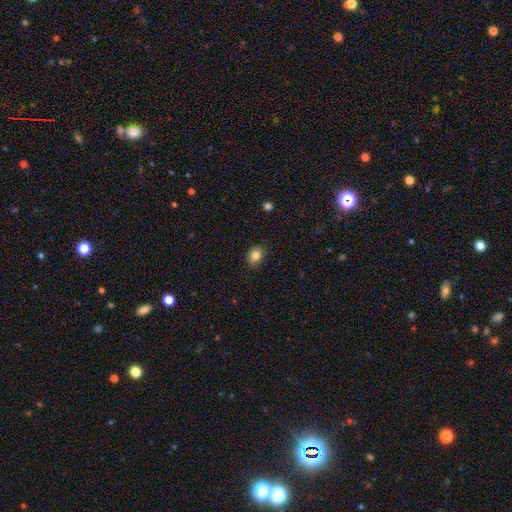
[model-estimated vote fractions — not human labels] smooth-or-featured: smooth: 83% | star or artifact: 10% | featured or disk: 7%
  how-rounded: in between: 60% | round: 39% | cigar-shaped: 1%
  merging: none: 85% | minor disturbance: 12% | major disturbance: 2% | merger: 1%